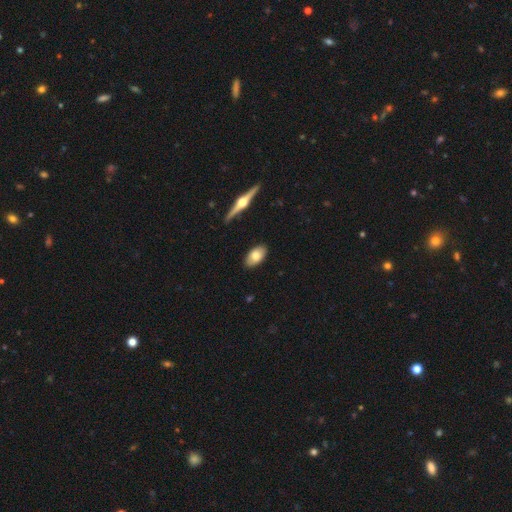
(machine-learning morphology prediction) Smooth or featured? Predicted: smooth (p=0.73). How rounded? Predicted: in between (p=0.92). Merging? Predicted: none (p=0.88).